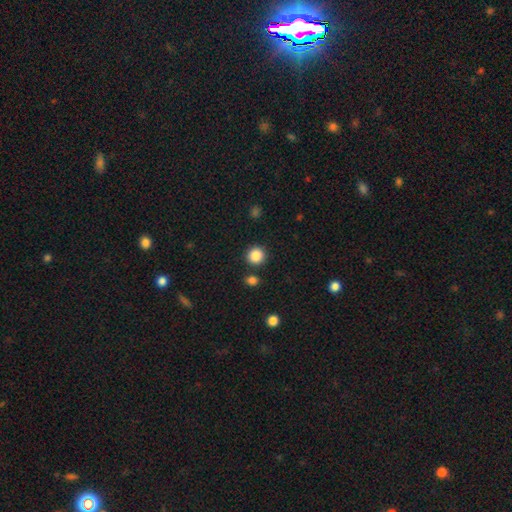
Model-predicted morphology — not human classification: Smooth or featured? smooth (86%)
How rounded? round (92%)
Merging? none (87%)